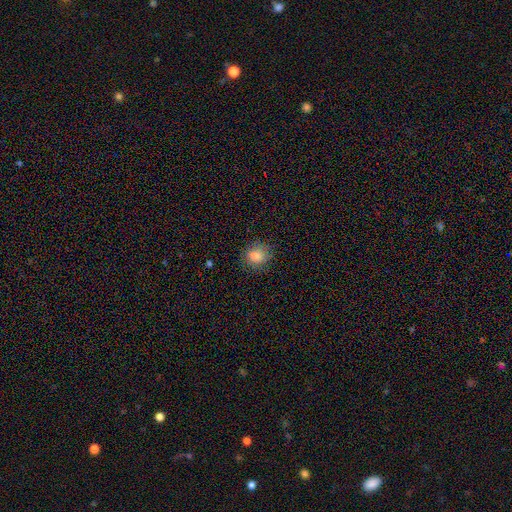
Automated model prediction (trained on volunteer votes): Overall: smooth (81%). How rounded: round (69%; in between 30%). Merging: none (78%).